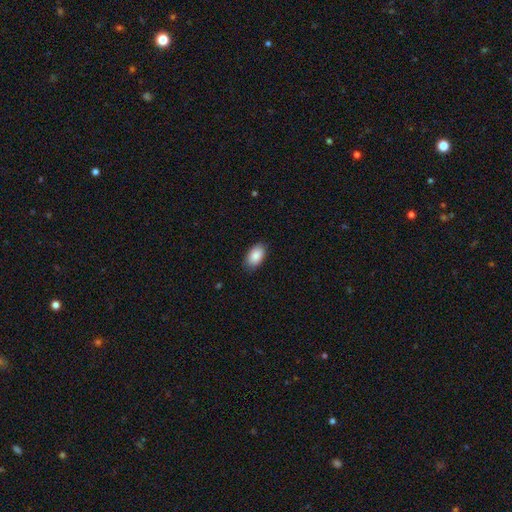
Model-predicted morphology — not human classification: This appears to be a smooth galaxy with no disk features (88%) that is in between round and cigar-shaped (94%). Merging: none (86%).